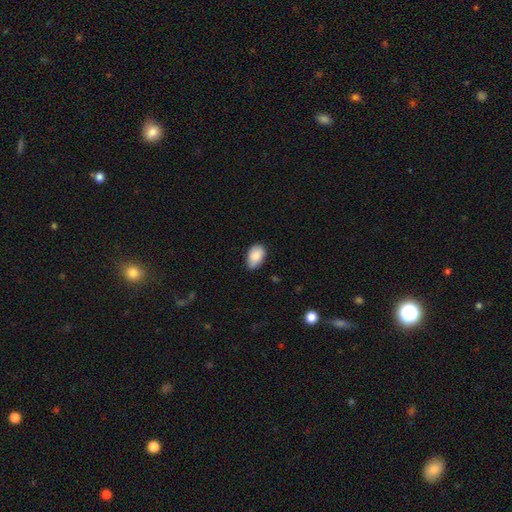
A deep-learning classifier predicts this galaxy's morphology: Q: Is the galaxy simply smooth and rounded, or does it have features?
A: smooth — 86%.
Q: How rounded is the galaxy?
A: in between — 90%.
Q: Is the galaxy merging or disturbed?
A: none — 68%.